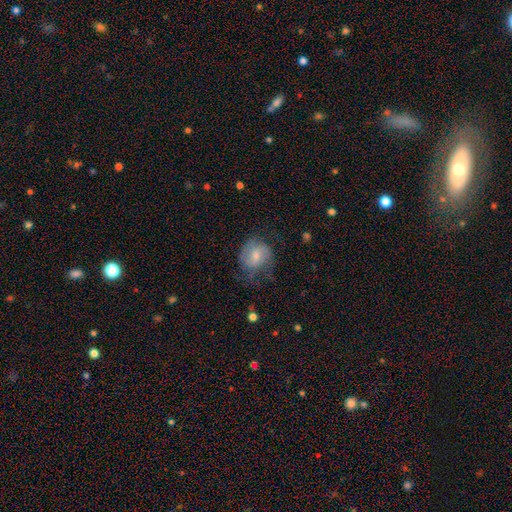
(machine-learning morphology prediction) A smooth galaxy with no disk features (58%) that is round (66%).

Vote fractions:
- Smooth or featured? smooth: 58% / featured or disk: 34% / star or artifact: 8%
- How rounded? round: 66% / in between: 33% / cigar-shaped: 1%
- Merging? none: 49% / minor disturbance: 28% / major disturbance: 21% / merger: 2%